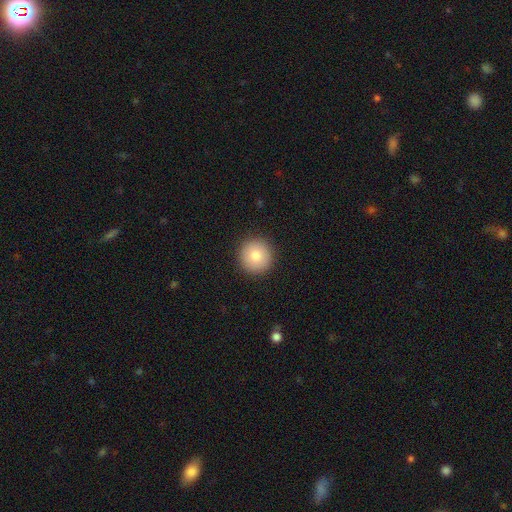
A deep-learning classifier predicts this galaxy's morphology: This appears to be a smooth galaxy with no disk features (83%) that is round (95%). Merging: none (92%).